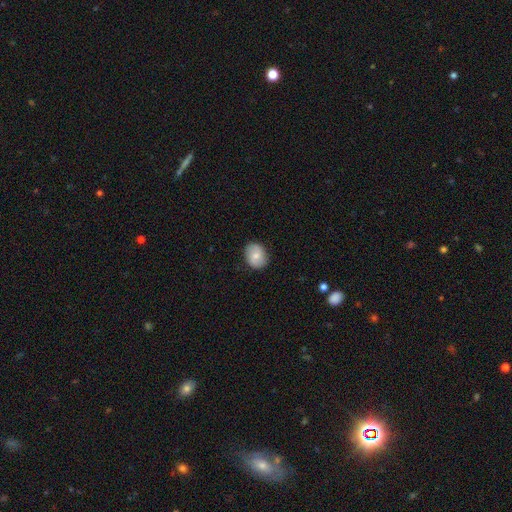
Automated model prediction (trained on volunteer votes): A smooth galaxy with no disk features (70%) that is round (50%). Merging: none (85%).